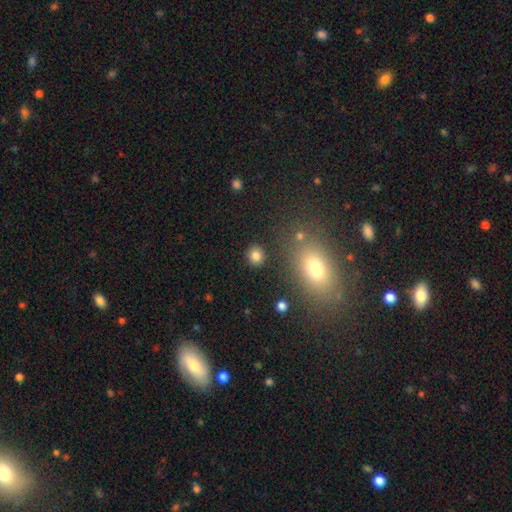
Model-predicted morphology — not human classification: Overall: smooth (83%). How rounded: round (83%). Merging: none (88%).